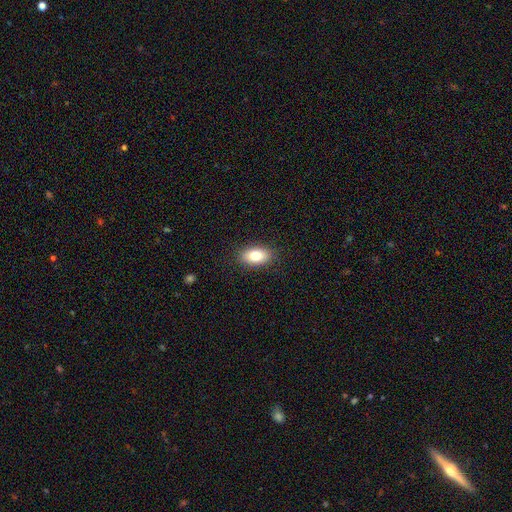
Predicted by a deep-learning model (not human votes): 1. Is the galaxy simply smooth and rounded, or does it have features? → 81% smooth, 11% featured or disk, 8% star or artifact.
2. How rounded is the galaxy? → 91% in between, 6% round, 3% cigar-shaped.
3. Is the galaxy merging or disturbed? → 89% none, 8% minor disturbance, 2% major disturbance, 1% merger.